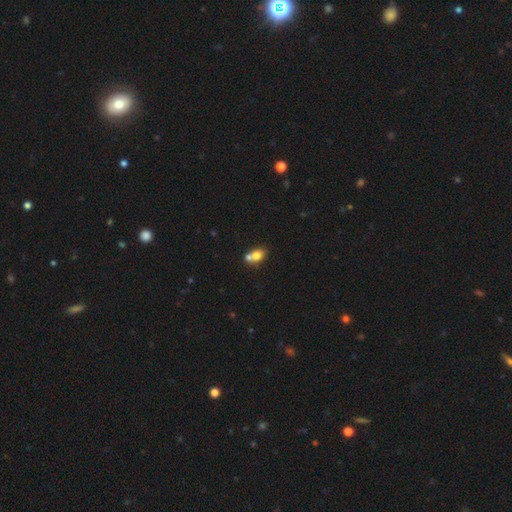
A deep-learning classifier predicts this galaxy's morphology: This appears to be a smooth galaxy with no disk features (75%) that is in between round and cigar-shaped (63%). Merging: merger (51%).